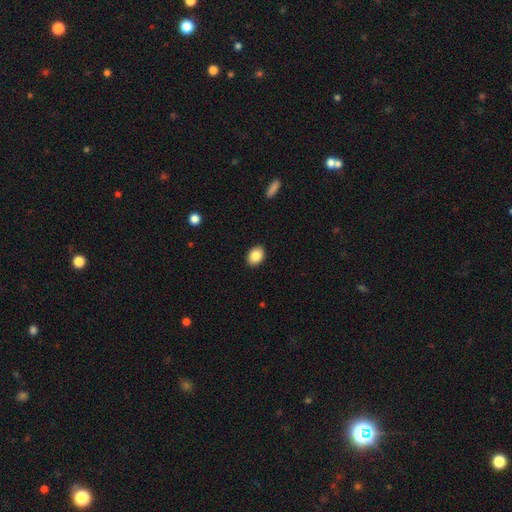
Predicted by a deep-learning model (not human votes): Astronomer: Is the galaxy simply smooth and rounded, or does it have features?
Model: smooth — 86%.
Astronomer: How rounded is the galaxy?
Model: in between — 76%.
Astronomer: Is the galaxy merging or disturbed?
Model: none — 91%.